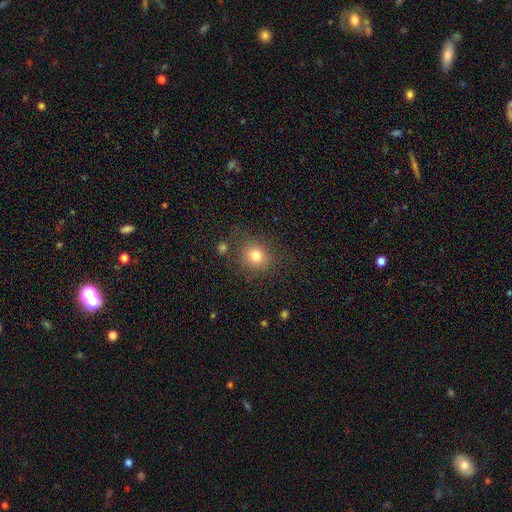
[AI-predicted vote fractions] smooth-or-featured: smooth: 78% | star or artifact: 13% | featured or disk: 9%
  how-rounded: round: 82% | in between: 17% | cigar-shaped: 1%
  merging: none: 82% | minor disturbance: 11% | major disturbance: 4% | merger: 3%